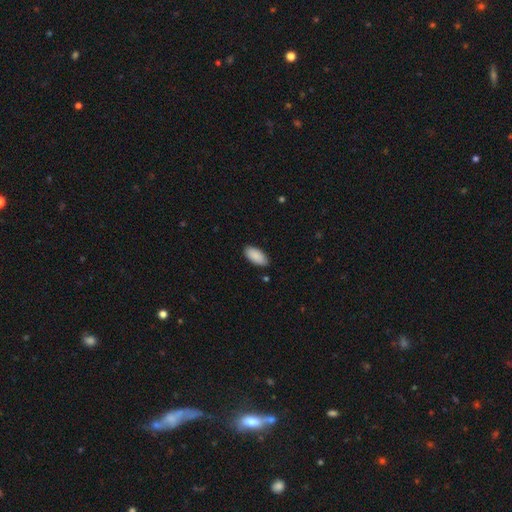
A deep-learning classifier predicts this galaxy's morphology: This is clearly a smooth galaxy (89%). How rounded: clearly in between (94%). Merging: clearly none (88%).